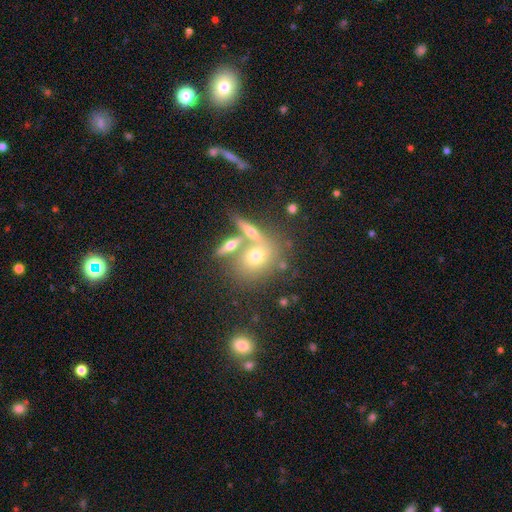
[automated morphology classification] Smooth or featured?
  - smooth: 57% *
  - featured or disk: 31%
  - star or artifact: 12%
How rounded?
  - round: 56% *
  - in between: 38%
  - cigar-shaped: 6%
Merging?
  - none: 51% *
  - merger: 33%
  - minor disturbance: 11%
  - major disturbance: 5%